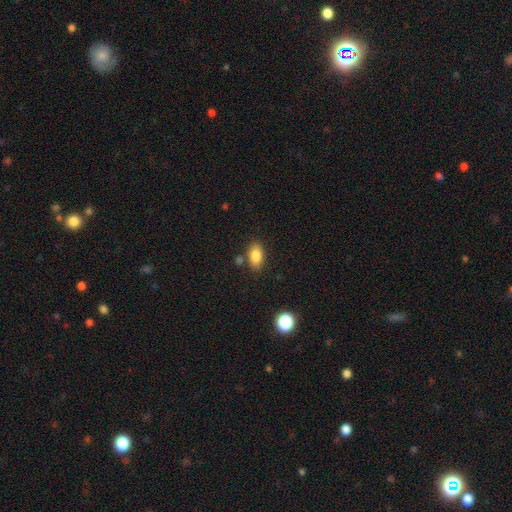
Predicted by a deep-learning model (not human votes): This is clearly a smooth galaxy (83%). How rounded: clearly in between (88%). Merging: likely none (79%).